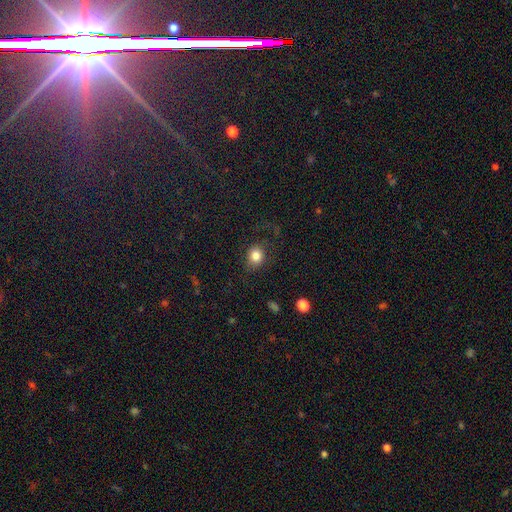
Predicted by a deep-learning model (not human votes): Q: Smooth or featured?
A: smooth (82%); runner-up: star or artifact (10%)
Q: How rounded?
A: round (62%); runner-up: in between (37%)
Q: Merging?
A: none (72%); runner-up: minor disturbance (16%)